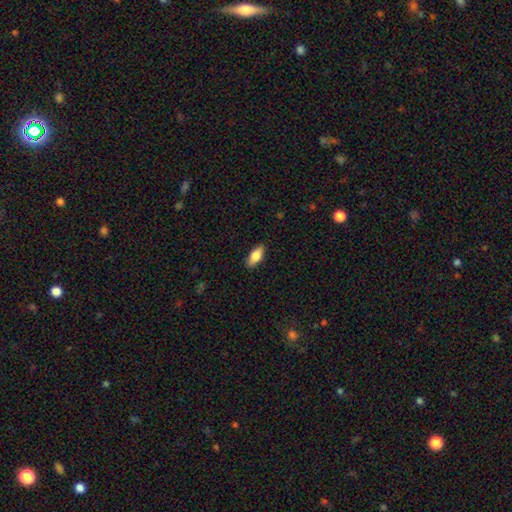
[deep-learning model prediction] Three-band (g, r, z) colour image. It shows a smooth galaxy with no disk features (80%) that is in between round and cigar-shaped (83%). Merging: none (88%).